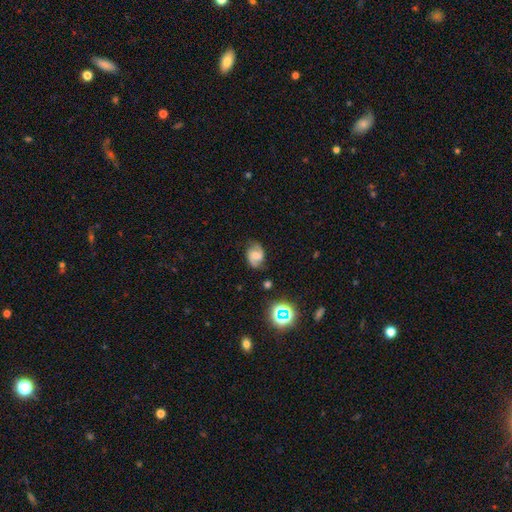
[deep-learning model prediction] A featured or disk galaxy (62%) with a weak bar (45%), 2 (88%) medium (49%) spiral arms (92%) and a moderate central bulge (38%). Merging: none (72%).